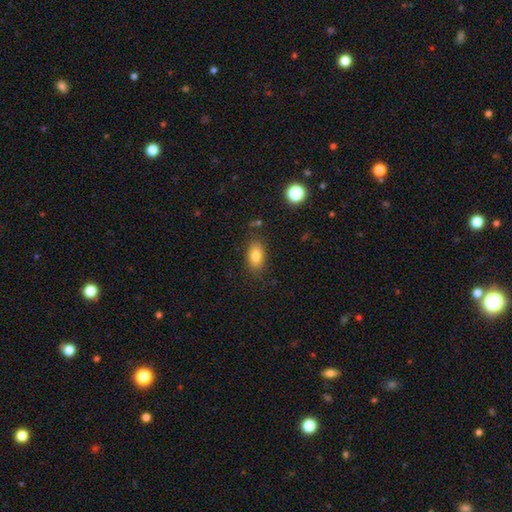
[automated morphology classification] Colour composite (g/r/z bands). It shows a smooth galaxy with no disk features (82%) that is in between round and cigar-shaped (87%). Merging: none (81%).